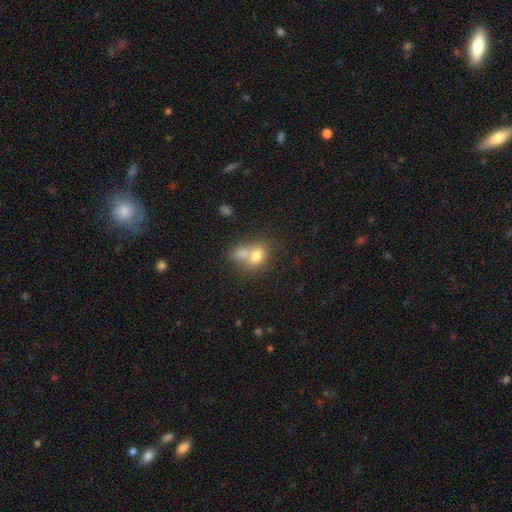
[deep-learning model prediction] This appears to be a smooth galaxy with no disk features (73%) that is in between round and cigar-shaped (54%). Merging: merger (61%).